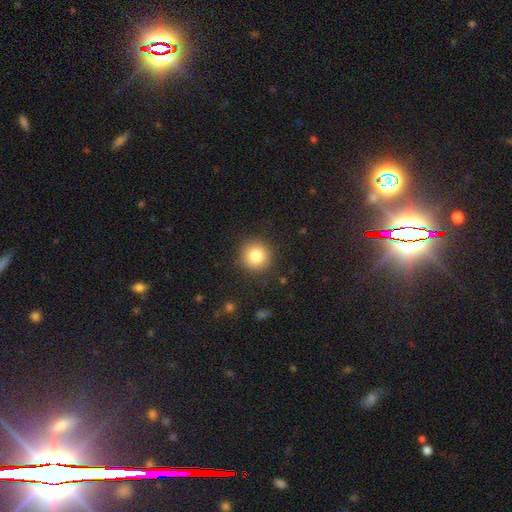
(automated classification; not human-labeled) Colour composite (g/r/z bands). It shows a smooth galaxy with no disk features (82%) that is round (93%). Merging: none (89%).